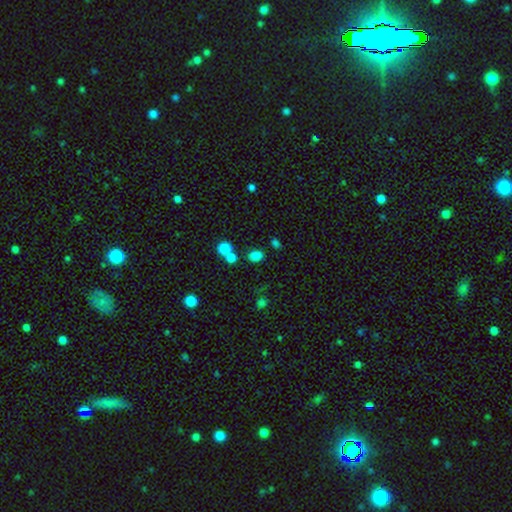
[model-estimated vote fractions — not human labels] A smooth galaxy with no disk features (77%) that is in between round and cigar-shaped (67%).

Vote fractions:
- Smooth or featured? smooth: 77% / star or artifact: 17% / featured or disk: 5%
- How rounded? in between: 67% / round: 32% / cigar-shaped: 1%
- Merging? none: 72% / merger: 12% / minor disturbance: 11% / major disturbance: 4%